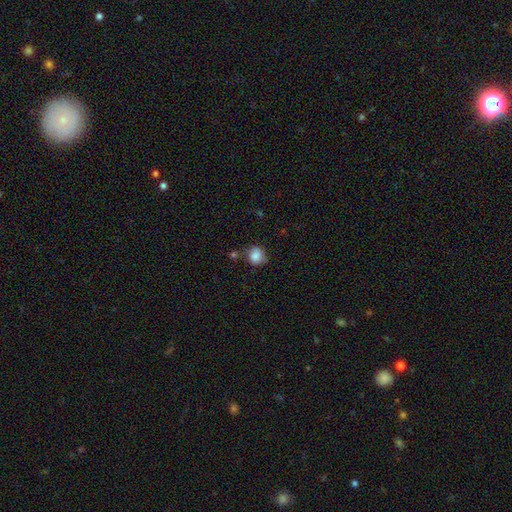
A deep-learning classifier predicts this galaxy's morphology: A smooth galaxy with no disk features (84%) that is round (76%). Merging: none (64%).